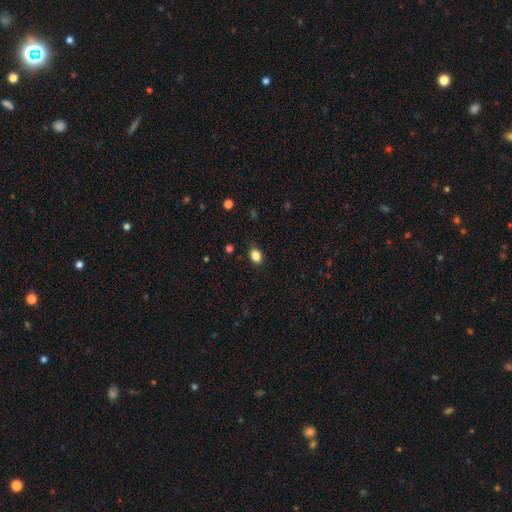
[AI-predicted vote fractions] The model was most divided on "how rounded": in between: 70%, round: 29%, cigar-shaped: 1%. More confident: smooth or featured — smooth (86%); merging — none (83%).